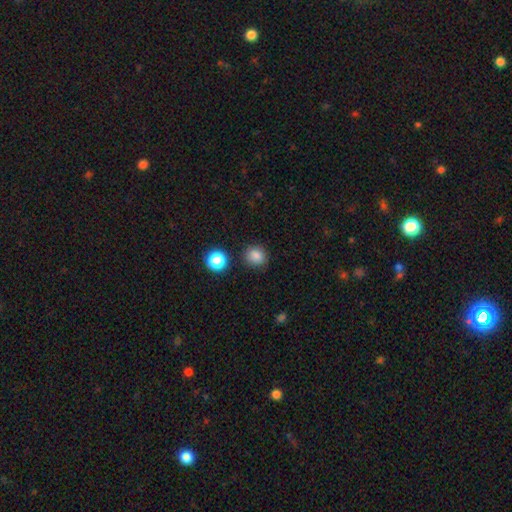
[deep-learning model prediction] Smooth or featured?
  - smooth: 84% *
  - star or artifact: 12%
  - featured or disk: 4%
How rounded?
  - round: 82% *
  - in between: 17%
  - cigar-shaped: 1%
Merging?
  - none: 86% *
  - minor disturbance: 8%
  - merger: 3%
  - major disturbance: 3%